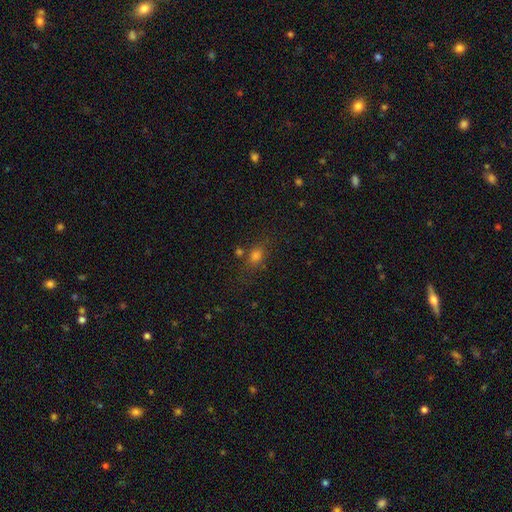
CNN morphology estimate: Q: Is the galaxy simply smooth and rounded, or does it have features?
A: smooth — 68%.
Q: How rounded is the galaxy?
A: in between — 59%.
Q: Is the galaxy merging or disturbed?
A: none — 70%.